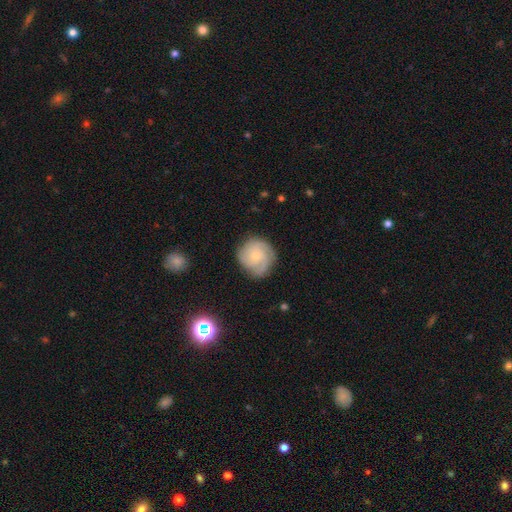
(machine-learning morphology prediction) smooth-or-featured: featured or disk: 69% | smooth: 24% | star or artifact: 7%
  disk-edge-on: no: 98% | yes: 2%
    bar: no: 79% | weak: 19% | strong: 2%
    has-spiral-arms: yes: 94% | no: 6%
      spiral-winding: tight: 60% | medium: 32% | loose: 8%
      spiral-arm-count: 3: 48% | can't tell: 18% | 2: 14% | 4: 11% | 1: 5% | more than 4: 4%
    bulge-size: small: 60% | moderate: 36% | none: 2% | large: 1% | dominant: 1%
  merging: none: 78% | minor disturbance: 16% | major disturbance: 5% | merger: 1%